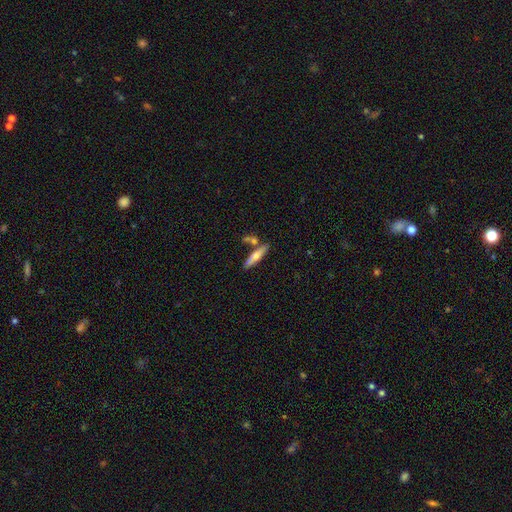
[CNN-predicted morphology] Overall: smooth (56%; featured or disk 38%). How rounded: cigar-shaped (80%). Merging: none (68%).